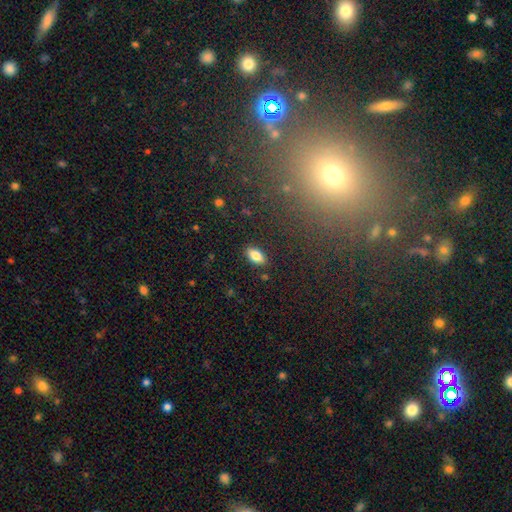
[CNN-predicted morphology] type=smooth (82%); roundness=in between (92%); merging=none (87%).